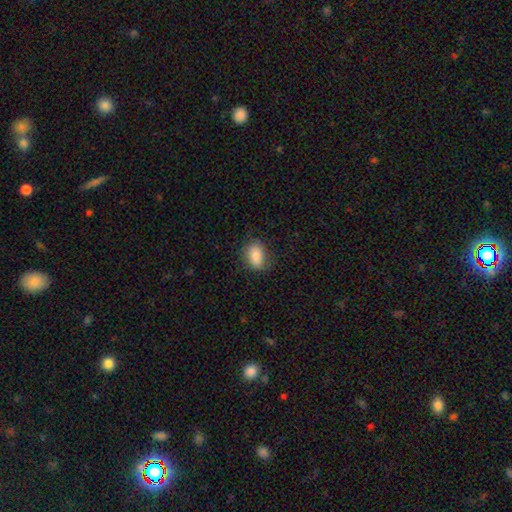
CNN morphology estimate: smooth 85%, featured or disk 7%, star or artifact 7%. Down the decision tree: how rounded — in between (81%); merging — none (78%).